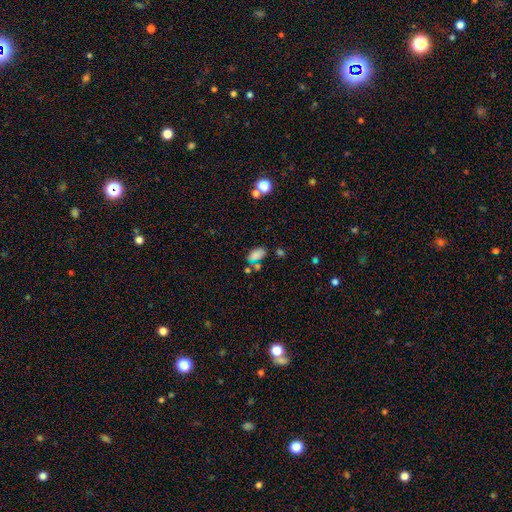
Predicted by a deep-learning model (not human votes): Overall: smooth (80%). How rounded: in between (91%). Merging: none (58%; merger 20%).